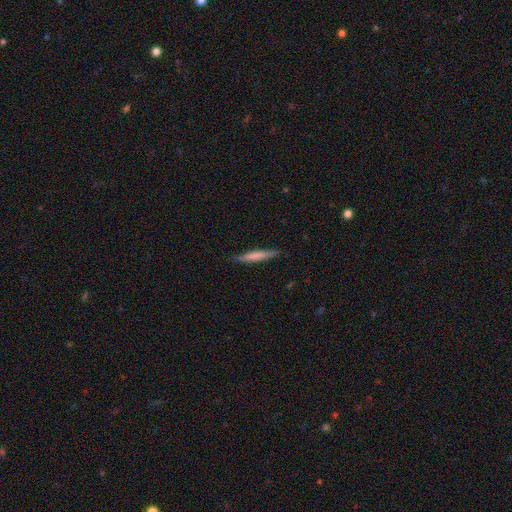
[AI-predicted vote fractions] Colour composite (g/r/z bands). It shows a smooth galaxy with no disk features (65%) that is cigar-shaped (94%). Merging: none (88%).